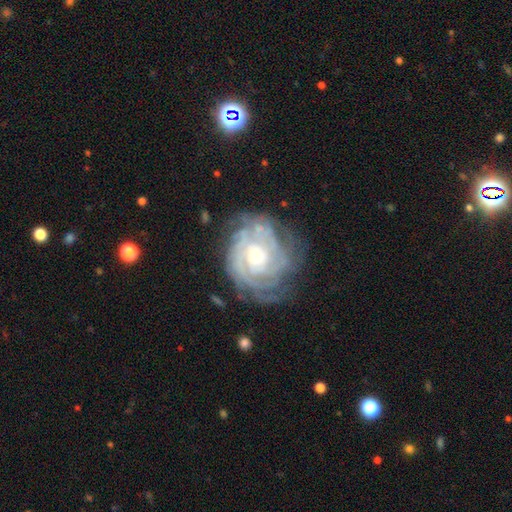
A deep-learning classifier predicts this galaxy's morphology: Smooth or featured?
  - featured or disk: 88% *
  - smooth: 6%
  - star or artifact: 6%
Edge-on disk?
  - no: 97% *
  - yes: 3%
Bar?
  - no: 75% *
  - weak: 20%
  - strong: 5%
Spiral arms?
  - yes: 96% *
  - no: 4%
Spiral winding?
  - tight: 76% *
  - medium: 20%
  - loose: 4%
Spiral arm count?
  - can't tell: 37% *
  - 4: 19%
  - 3: 15%
  - more than 4: 12%
  - 2: 11%
  - 1: 6%
Bulge size?
  - small: 52% *
  - moderate: 43%
  - large: 3%
  - none: 1%
  - dominant: 1%
Merging?
  - none: 65% *
  - minor disturbance: 21%
  - major disturbance: 11%
  - merger: 2%